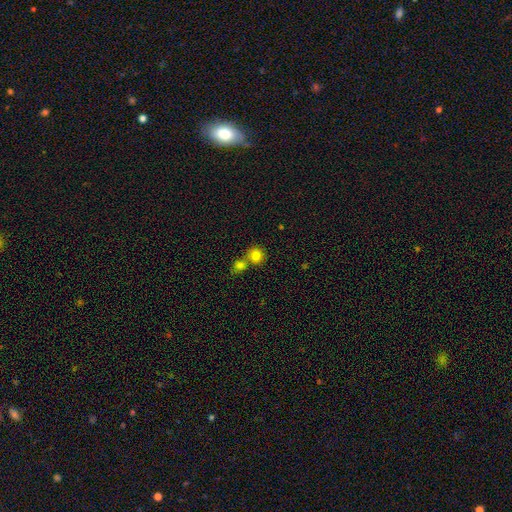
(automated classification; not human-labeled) A smooth galaxy with no disk features (81%) that is round (85%).

Vote fractions:
- Smooth or featured? smooth: 81% / star or artifact: 12% / featured or disk: 8%
- How rounded? round: 85% / in between: 14% / cigar-shaped: 1%
- Merging? none: 53% / merger: 37% / minor disturbance: 7% / major disturbance: 3%